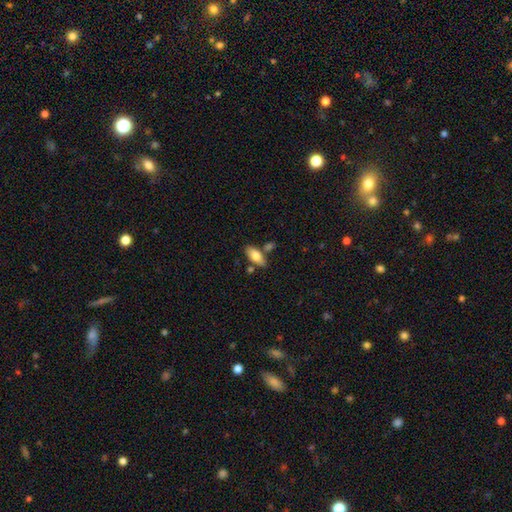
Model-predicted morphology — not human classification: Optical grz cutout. It shows a smooth galaxy with no disk features (76%) that is in between round and cigar-shaped (86%). Merging: none (70%).